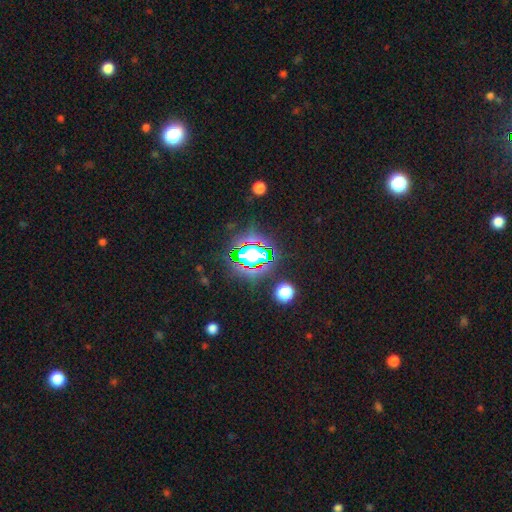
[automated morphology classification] Q: Smooth or featured?
A: star or artifact (69%); runner-up: smooth (19%)